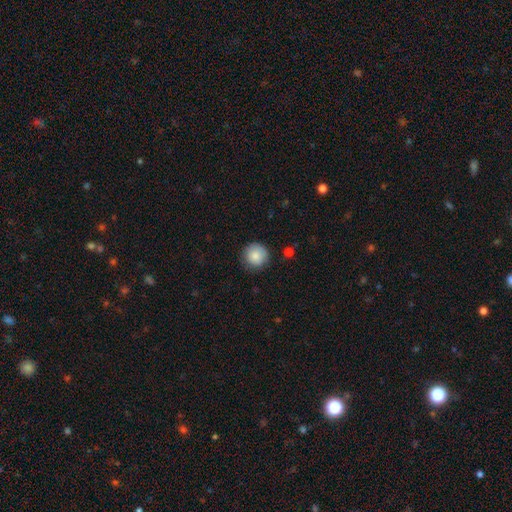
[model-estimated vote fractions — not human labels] smooth 84%, featured or disk 8%, star or artifact 8%. Down the decision tree: how rounded — round (95%); merging — none (83%).